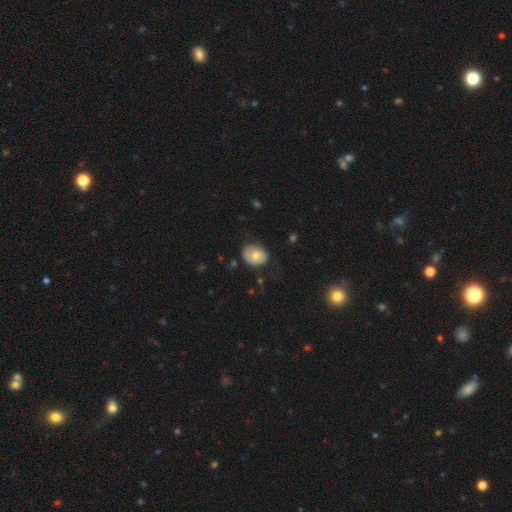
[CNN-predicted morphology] This appears to be a smooth galaxy with no disk features (65%) that is in between round and cigar-shaped (50%). Merging: none (72%).